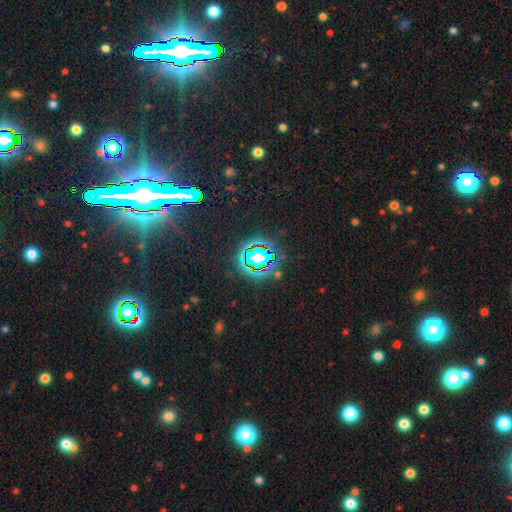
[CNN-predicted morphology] Smooth or featured? star or artifact (82%)